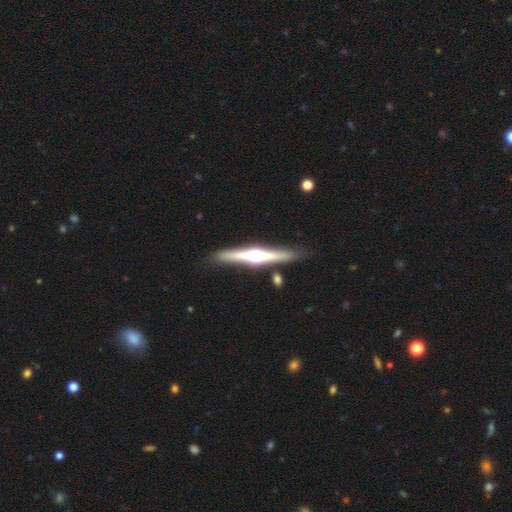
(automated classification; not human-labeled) smooth_or_featured: featured or disk (p=0.76) [alt: smooth p=0.18]
disk_edge_on: yes (p=0.97) [alt: no p=0.03]
edge_on_bulge: rounded (p=0.92) [alt: boxy p=0.05]
merging: none (p=0.86) [alt: minor disturbance p=0.09]